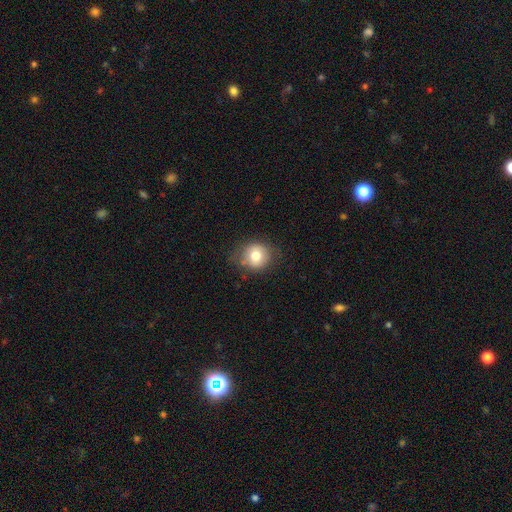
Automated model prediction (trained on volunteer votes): Q: Smooth or featured?
A: smooth (76%); runner-up: featured or disk (14%)
Q: How rounded?
A: round (80%); runner-up: in between (20%)
Q: Merging?
A: none (74%); runner-up: minor disturbance (19%)